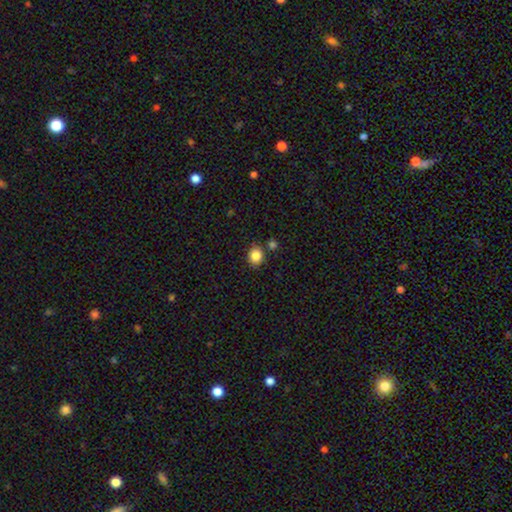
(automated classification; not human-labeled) smooth_or_featured: smooth (p=0.85) [alt: star or artifact p=0.10]
how_rounded: round (p=0.67) [alt: in between p=0.32]
merging: none (p=0.79) [alt: minor disturbance p=0.11]